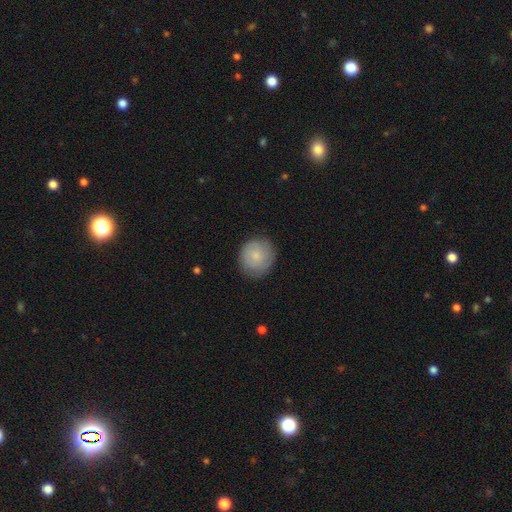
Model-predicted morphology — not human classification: type=smooth (72%); roundness=round (86%); merging=none (81%).